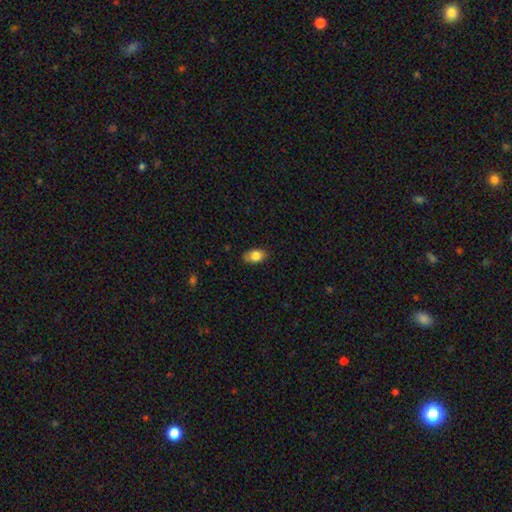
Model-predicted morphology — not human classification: A smooth galaxy with no disk features (83%) that is in between round and cigar-shaped (86%). Merging: none (79%).